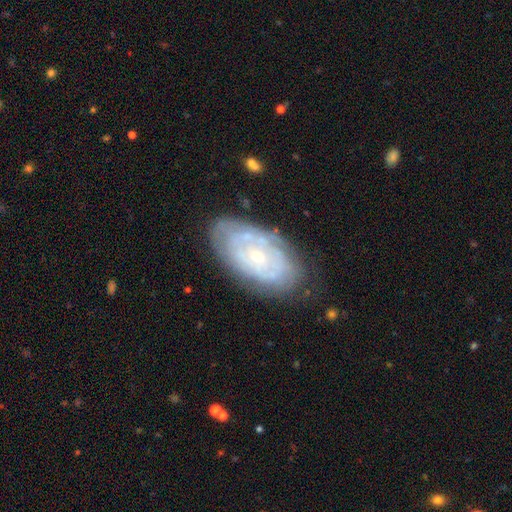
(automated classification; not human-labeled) smooth-or-featured: featured or disk: 73% | smooth: 21% | star or artifact: 7%
  disk-edge-on: no: 94% | yes: 6%
    bar: no: 80% | weak: 17% | strong: 4%
    has-spiral-arms: yes: 72% | no: 28%
    bulge-size: small: 66% | moderate: 30% | none: 1% | large: 1% | dominant: 1%
  merging: none: 72% | minor disturbance: 20% | major disturbance: 6% | merger: 2%